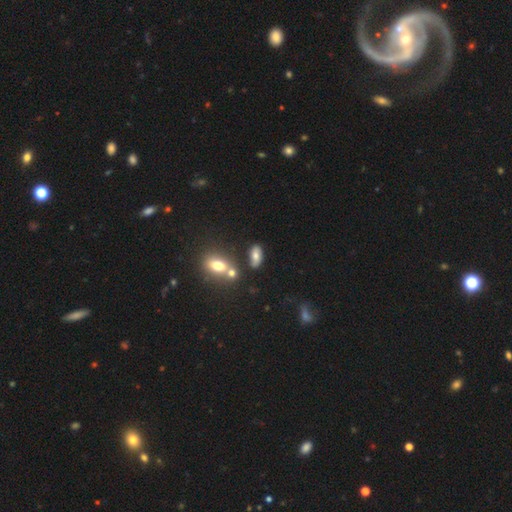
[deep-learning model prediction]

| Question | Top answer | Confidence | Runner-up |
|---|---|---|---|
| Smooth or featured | smooth | 68% | featured or disk (19%) |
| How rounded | in between | 84% | cigar-shaped (8%) |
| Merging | none | 70% | minor disturbance (15%) |